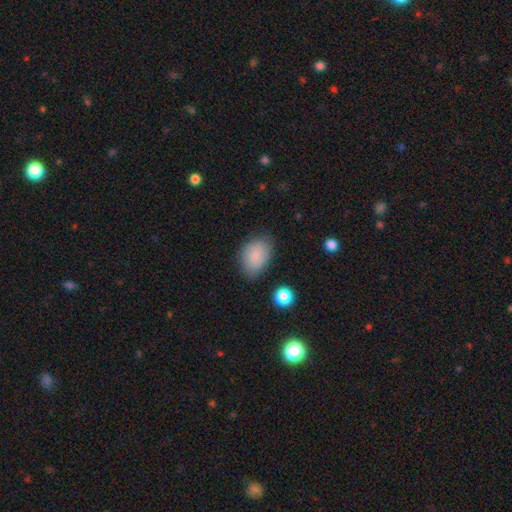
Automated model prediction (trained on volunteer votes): smooth_or_featured: smooth (p=0.80) [alt: featured or disk p=0.11]
how_rounded: in between (p=0.83) [alt: round p=0.16]
merging: none (p=0.74) [alt: minor disturbance p=0.19]